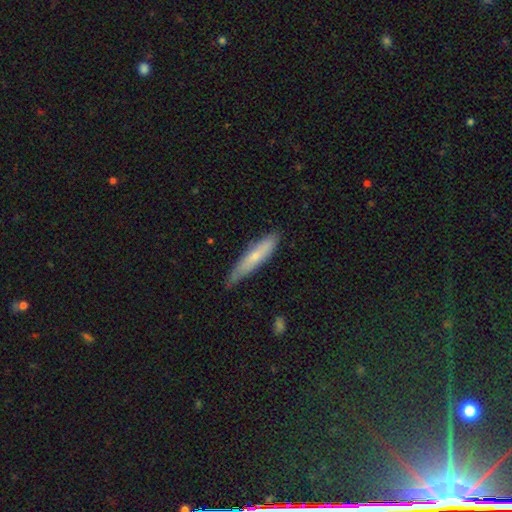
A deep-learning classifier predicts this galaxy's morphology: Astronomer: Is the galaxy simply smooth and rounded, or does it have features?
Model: smooth — 62%.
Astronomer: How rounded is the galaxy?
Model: cigar-shaped — 87%.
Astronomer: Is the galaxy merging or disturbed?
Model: none — 70%.